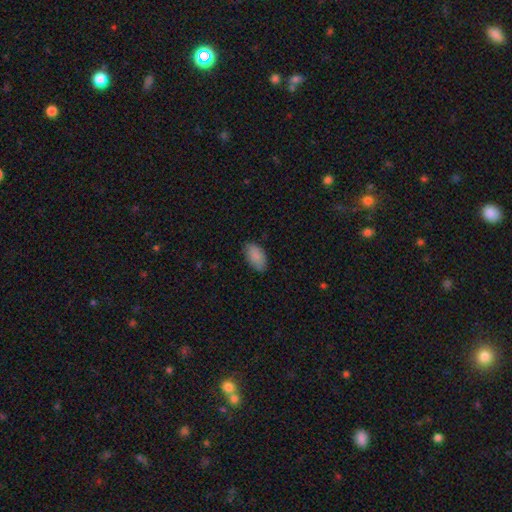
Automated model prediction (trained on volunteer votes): Overall: smooth (88%). How rounded: in between (94%). Merging: none (81%).